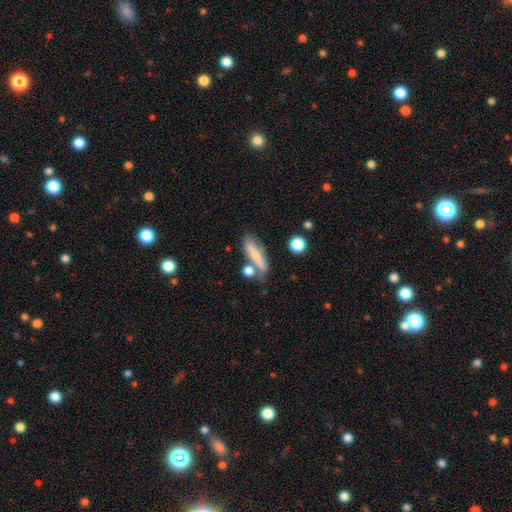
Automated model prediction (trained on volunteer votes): Smooth or featured: smooth — 67% (featured or disk — 25%)
How rounded: cigar-shaped — 68% (in between — 28%)
Merging: none — 57% (merger — 18%)